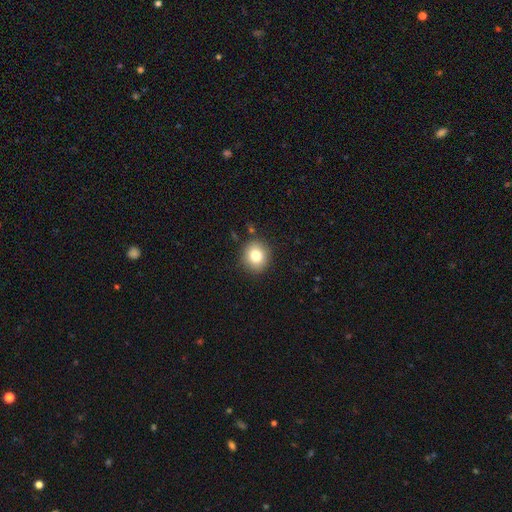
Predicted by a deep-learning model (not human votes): The model was most divided on "how rounded": round: 80%, in between: 19%, cigar-shaped: 1%. More confident: merging — none (87%); smooth or featured — smooth (81%).